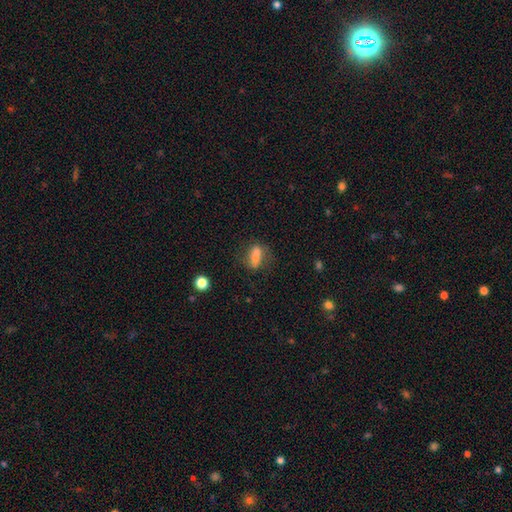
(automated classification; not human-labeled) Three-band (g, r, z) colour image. It shows a smooth galaxy with no disk features (71%) that is in between round and cigar-shaped (67%). Merging: none (56%).